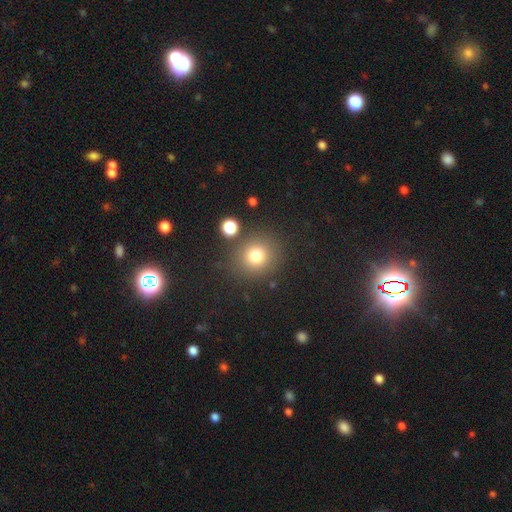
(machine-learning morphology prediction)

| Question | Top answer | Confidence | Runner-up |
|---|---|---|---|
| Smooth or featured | smooth | 77% | star or artifact (14%) |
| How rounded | round | 85% | in between (14%) |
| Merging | none | 81% | minor disturbance (9%) |